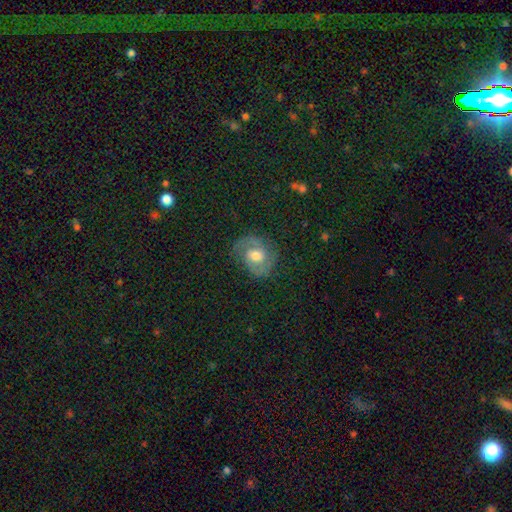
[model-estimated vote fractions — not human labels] Q: Smooth or featured?
A: featured or disk (69%); runner-up: smooth (22%)
Q: Edge-on disk?
A: no (97%); runner-up: yes (3%)
Q: Bar?
A: no (56%); runner-up: weak (36%)
Q: Spiral arms?
A: yes (88%); runner-up: no (12%)
Q: Spiral winding?
A: medium (49%); runner-up: tight (34%)
Q: Spiral arm count?
A: 2 (85%); runner-up: can't tell (8%)
Q: Bulge size?
A: moderate (65%); runner-up: large (22%)
Q: Merging?
A: none (74%); runner-up: minor disturbance (17%)